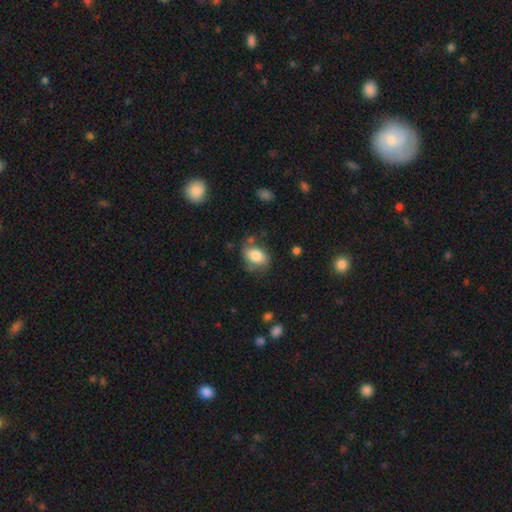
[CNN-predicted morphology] type=smooth (79%); roundness=in between (79%); merging=none (62%).